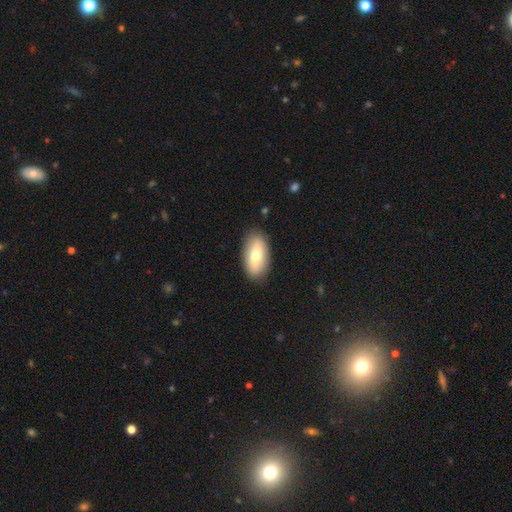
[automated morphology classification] This is likely a smooth galaxy (73%). How rounded: clearly in between (90%). Merging: clearly none (87%).